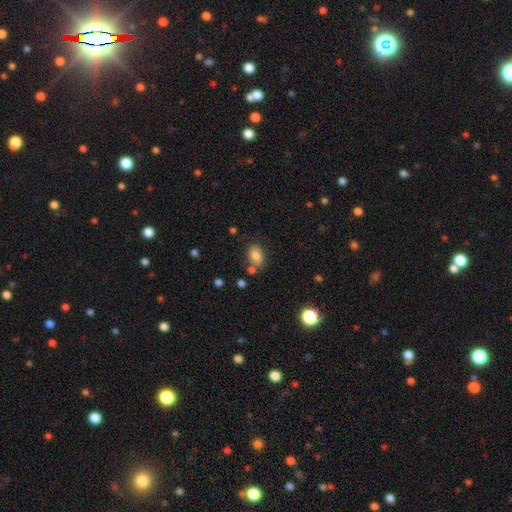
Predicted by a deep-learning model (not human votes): Overall: smooth (79%). How rounded: in between (83%). Merging: none (69%).